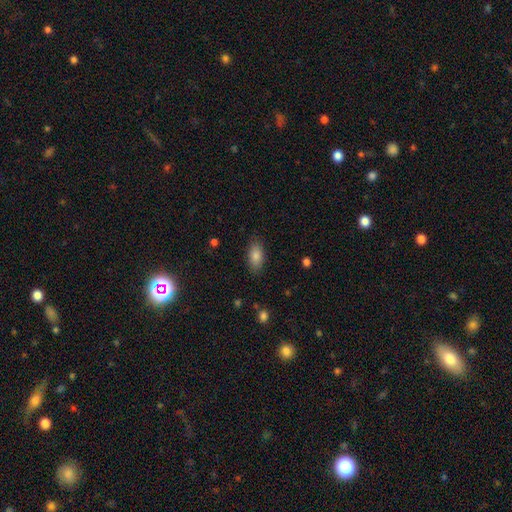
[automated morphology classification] smooth-or-featured: smooth: 83% | featured or disk: 9% | star or artifact: 8%
  how-rounded: in between: 90% | cigar-shaped: 5% | round: 5%
  merging: none: 85% | minor disturbance: 11% | major disturbance: 3% | merger: 1%